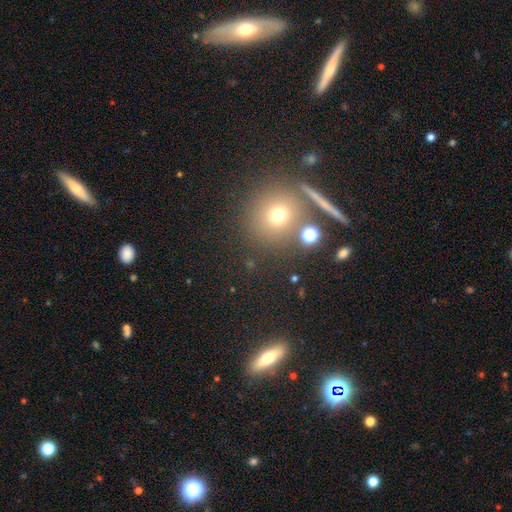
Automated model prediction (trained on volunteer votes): Smooth or featured: smooth — 43% (star or artifact — 36%)
Merging: none — 78% (minor disturbance — 10%)